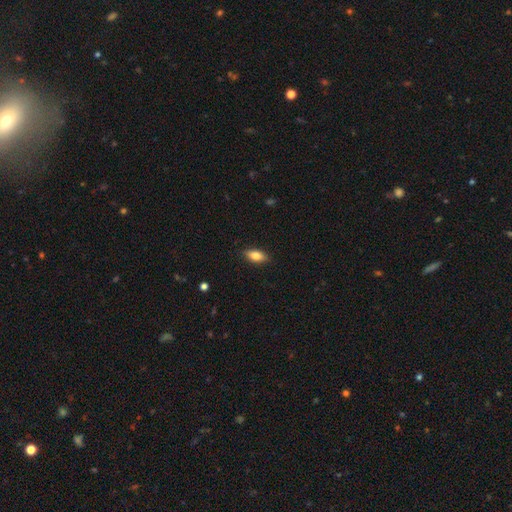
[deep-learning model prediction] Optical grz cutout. It shows a smooth galaxy with no disk features (81%) that is in between round and cigar-shaped (85%). Merging: none (87%).